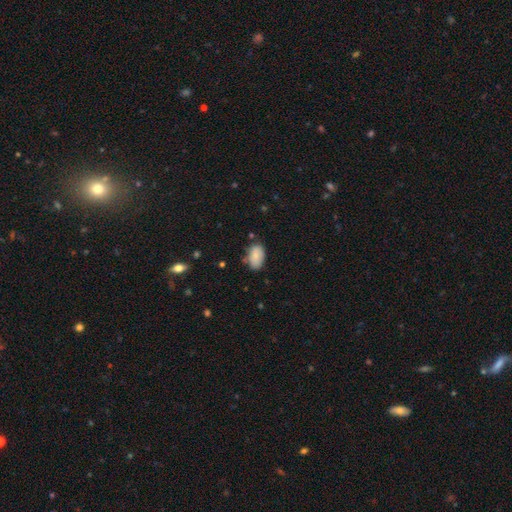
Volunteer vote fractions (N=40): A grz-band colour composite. It shows a smooth galaxy with no disk features (95%) that is in between round and cigar-shaped (95%). Merging: none (54%).